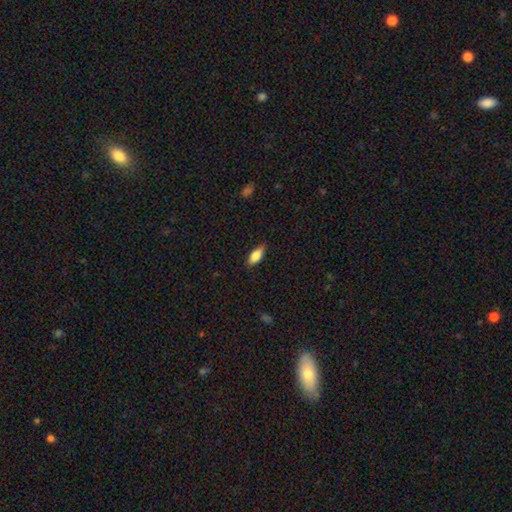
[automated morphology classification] This is clearly a smooth galaxy (81%). How rounded: clearly in between (84%). Merging: clearly none (80%).